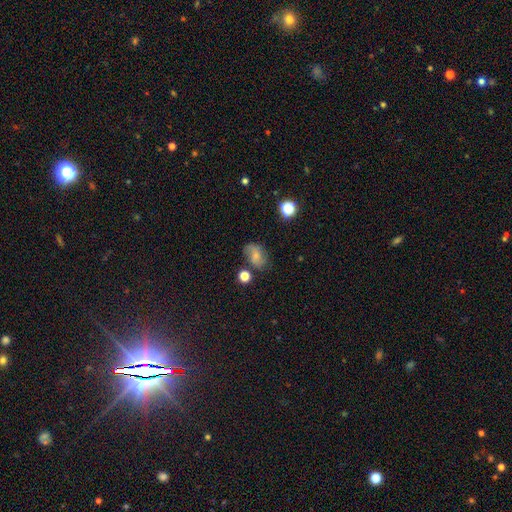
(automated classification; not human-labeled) The model was most divided on "smooth or featured": smooth: 51%, featured or disk: 35%, star or artifact: 14%. More confident: how rounded — in between (73%); merging — none (57%).